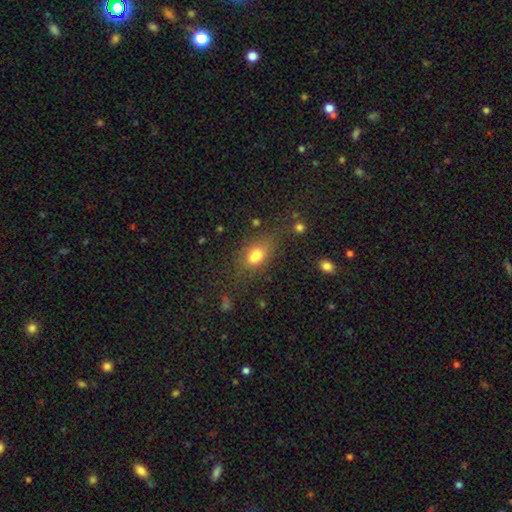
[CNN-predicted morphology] type=smooth (76%); roundness=in between (81%); merging=none (60%).